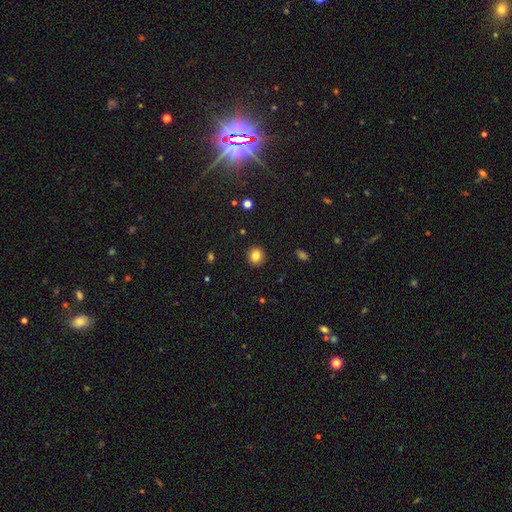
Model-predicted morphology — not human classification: smooth 83%, star or artifact 11%, featured or disk 6%. Down the decision tree: how rounded — round (89%); merging — none (92%).